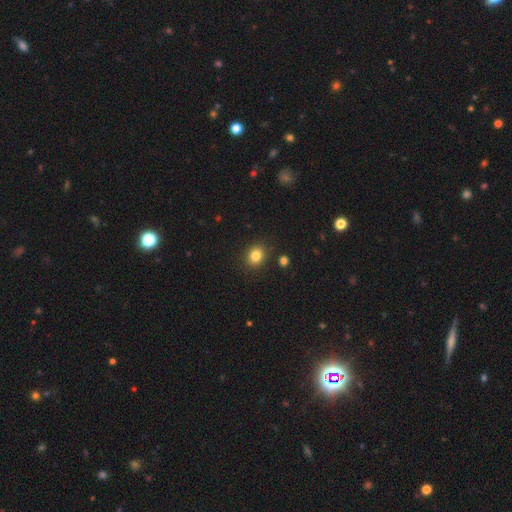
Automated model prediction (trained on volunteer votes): Smooth or featured?
  - smooth: 83% *
  - star or artifact: 11%
  - featured or disk: 6%
How rounded?
  - round: 60% *
  - in between: 40%
  - cigar-shaped: 1%
Merging?
  - none: 87% *
  - minor disturbance: 8%
  - major disturbance: 2%
  - merger: 2%